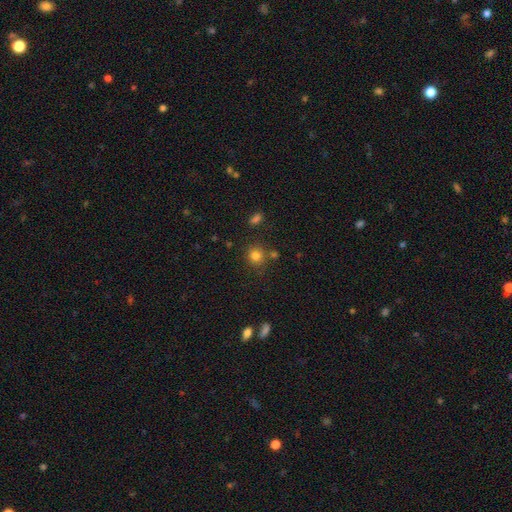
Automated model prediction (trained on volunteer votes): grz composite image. It shows a smooth galaxy with no disk features (80%) that is round (86%). Merging: none (73%).